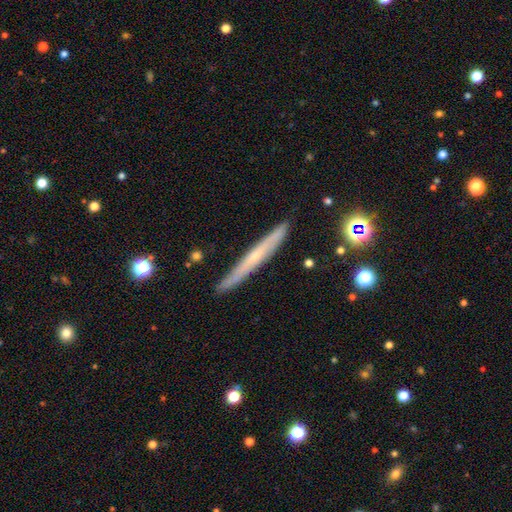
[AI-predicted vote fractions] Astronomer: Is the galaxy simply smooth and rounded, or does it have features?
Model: featured or disk — 56% (runner-up: smooth, 37%).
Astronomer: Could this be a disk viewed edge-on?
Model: yes — 93%.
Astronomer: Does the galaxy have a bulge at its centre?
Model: none — 56% (runner-up: rounded, 41%).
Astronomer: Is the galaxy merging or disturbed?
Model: none — 88%.